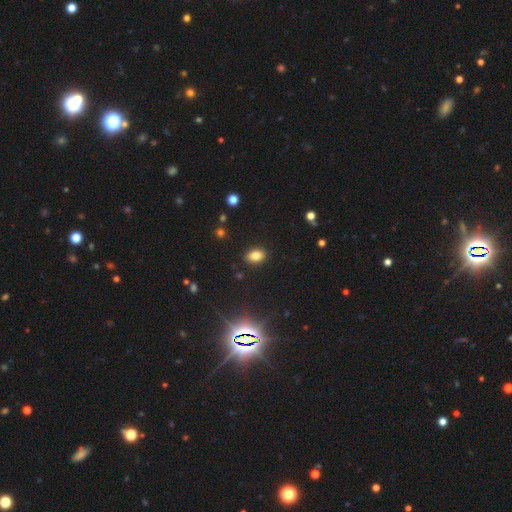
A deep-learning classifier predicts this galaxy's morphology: A smooth galaxy with no disk features (81%) that is in between round and cigar-shaped (84%).

Vote fractions:
- Smooth or featured? smooth: 81% / star or artifact: 13% / featured or disk: 7%
- How rounded? in between: 84% / round: 14% / cigar-shaped: 2%
- Merging? none: 87% / minor disturbance: 9% / major disturbance: 2% / merger: 2%